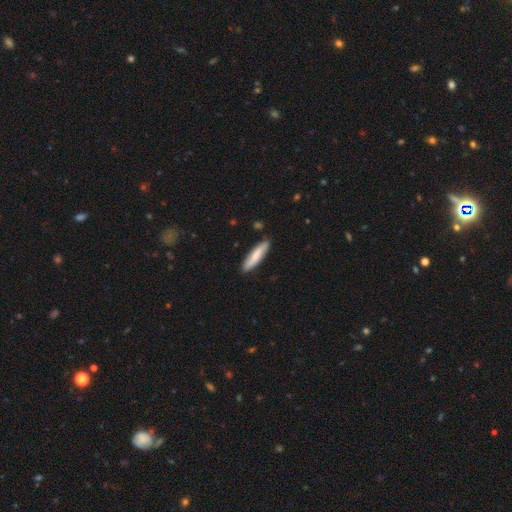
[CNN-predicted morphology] smooth-or-featured: smooth: 76% | featured or disk: 19% | star or artifact: 5%
  how-rounded: cigar-shaped: 78% | in between: 20% | round: 1%
  merging: none: 87% | minor disturbance: 10% | major disturbance: 2% | merger: 2%